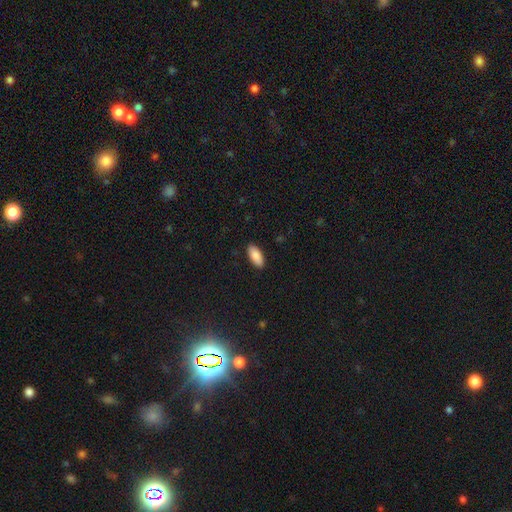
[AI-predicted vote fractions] Overall: smooth (87%). How rounded: in between (86%). Merging: none (90%).